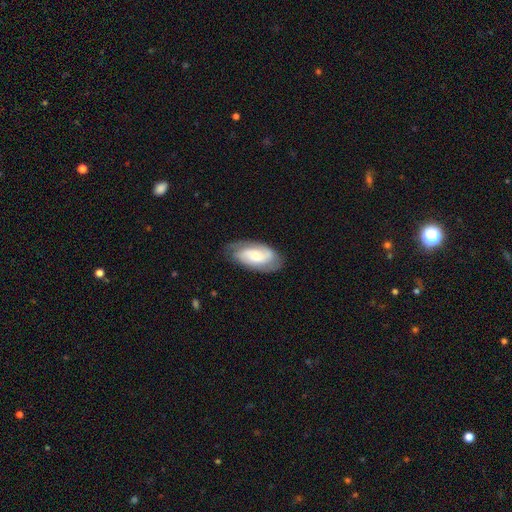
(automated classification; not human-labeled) Overall: featured or disk (63%; smooth 31%). Edge-on disk: no (94%). Bar: no (60%; weak 31%). Spiral arms: yes (86%). Spiral arm count: 2 (69%). Spiral winding: medium (41%; tight 38%). Bulge size: moderate (48%; small 45%). Merging: none (73%).